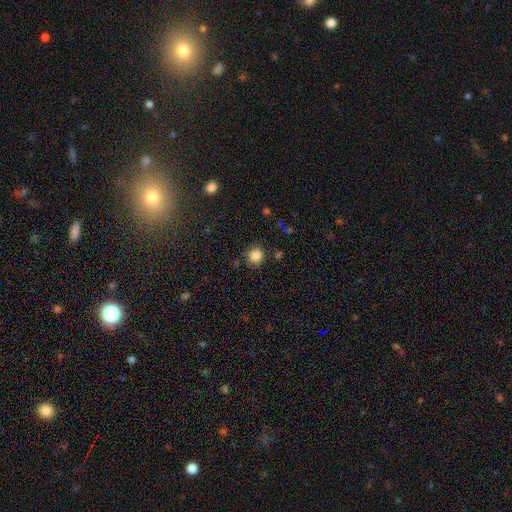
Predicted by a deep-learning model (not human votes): Smooth or featured?
  - smooth: 84% *
  - star or artifact: 12%
  - featured or disk: 4%
How rounded?
  - round: 92% *
  - in between: 7%
  - cigar-shaped: 1%
Merging?
  - none: 83% *
  - minor disturbance: 10%
  - merger: 3%
  - major disturbance: 3%